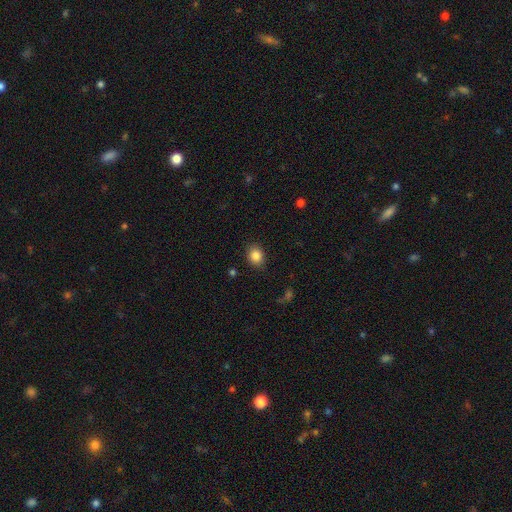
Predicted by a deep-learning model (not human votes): This is clearly a smooth galaxy (85%). How rounded: possibly round (55%). Merging: clearly none (86%).